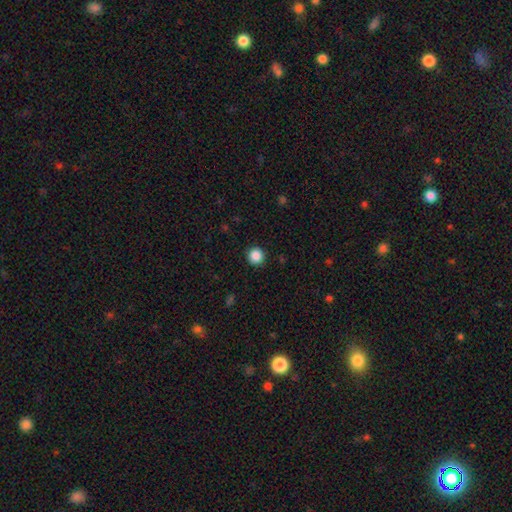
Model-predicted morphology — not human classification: smooth-or-featured: smooth: 88% | star or artifact: 10% | featured or disk: 3%
  how-rounded: round: 95% | in between: 4% | cigar-shaped: 1%
  merging: none: 92% | minor disturbance: 5% | major disturbance: 2% | merger: 1%